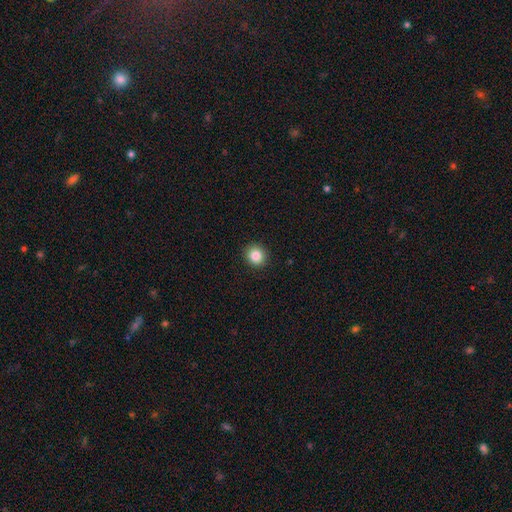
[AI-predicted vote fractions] smooth 86%, star or artifact 10%, featured or disk 4%. Down the decision tree: how rounded — round (88%); merging — none (92%).